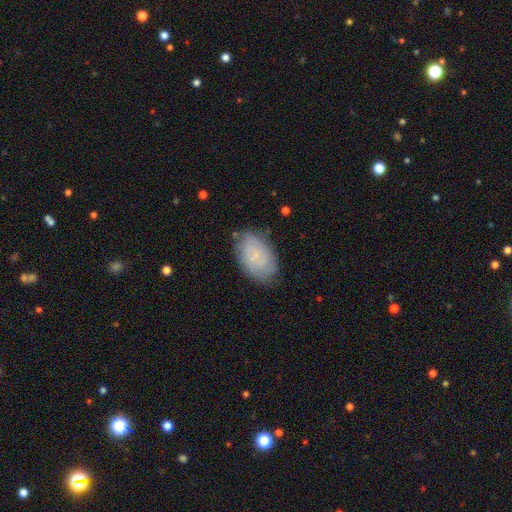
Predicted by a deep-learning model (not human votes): Smooth or featured: smooth — 52% (featured or disk — 39%)
How rounded: in between — 92% (round — 7%)
Merging: none — 76% (minor disturbance — 18%)